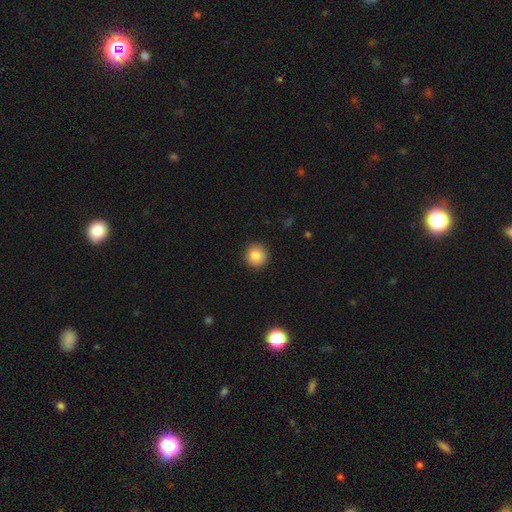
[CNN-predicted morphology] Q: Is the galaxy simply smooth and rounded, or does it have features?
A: smooth — 84%.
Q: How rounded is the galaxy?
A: round — 94%.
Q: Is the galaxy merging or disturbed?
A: none — 91%.